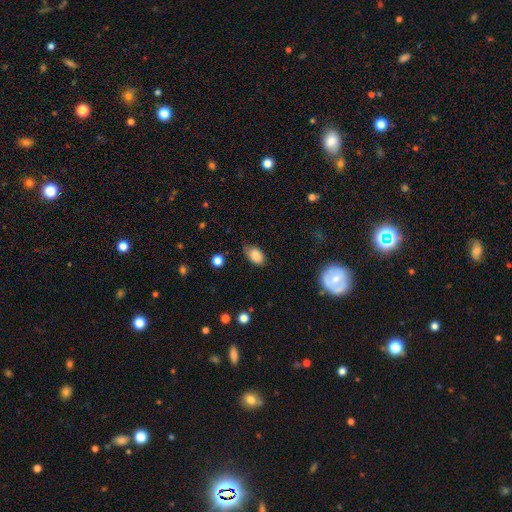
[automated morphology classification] A smooth galaxy with no disk features (85%) that is in between round and cigar-shaped (89%). Merging: none (64%).